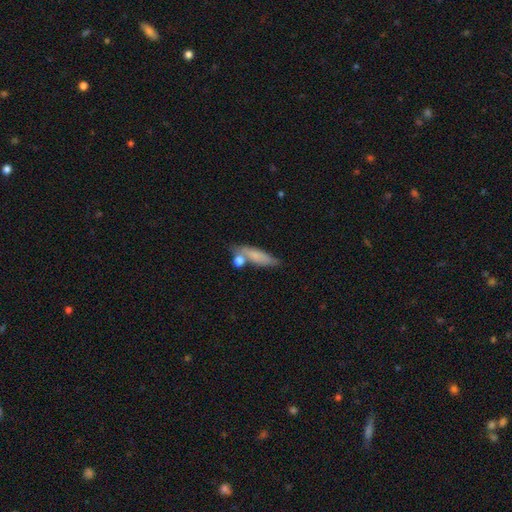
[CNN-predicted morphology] smooth-or-featured: smooth: 72% | featured or disk: 20% | star or artifact: 8%
  how-rounded: cigar-shaped: 59% | in between: 37% | round: 4%
  merging: none: 58% | minor disturbance: 19% | merger: 16% | major disturbance: 6%